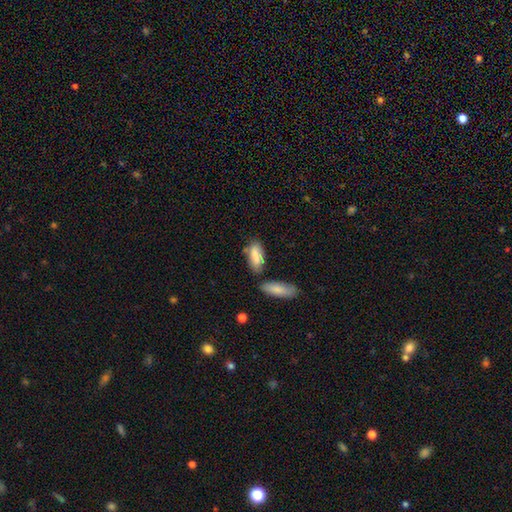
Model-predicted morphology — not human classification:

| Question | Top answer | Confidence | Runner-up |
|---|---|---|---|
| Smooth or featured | smooth | 82% | featured or disk (12%) |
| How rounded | in between | 72% | cigar-shaped (26%) |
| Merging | none | 64% | minor disturbance (18%) |